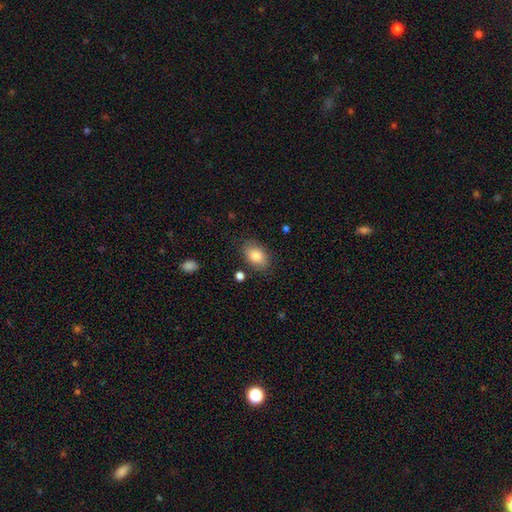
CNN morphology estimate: Smooth or featured? Predicted: smooth (p=0.85). How rounded? Predicted: in between (p=0.87). Merging? Predicted: none (p=0.80).